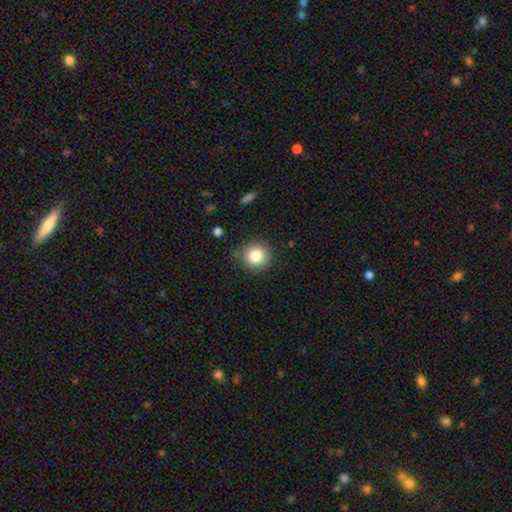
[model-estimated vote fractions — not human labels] Morphology: type=smooth (83%); roundness=round (90%); merging=none (82%).